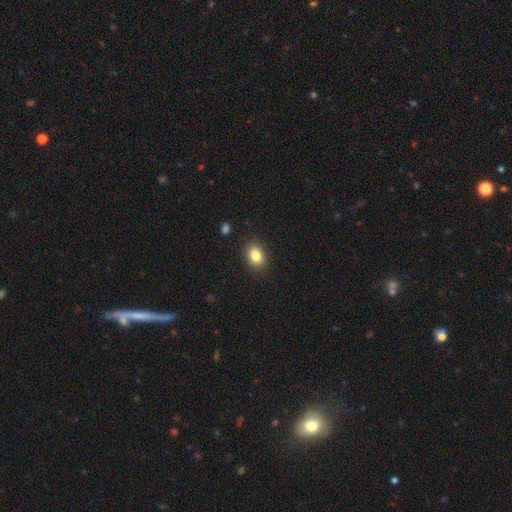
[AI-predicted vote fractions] Smooth or featured? Predicted: smooth (p=0.84). How rounded? Predicted: in between (p=0.64). Merging? Predicted: none (p=0.88).